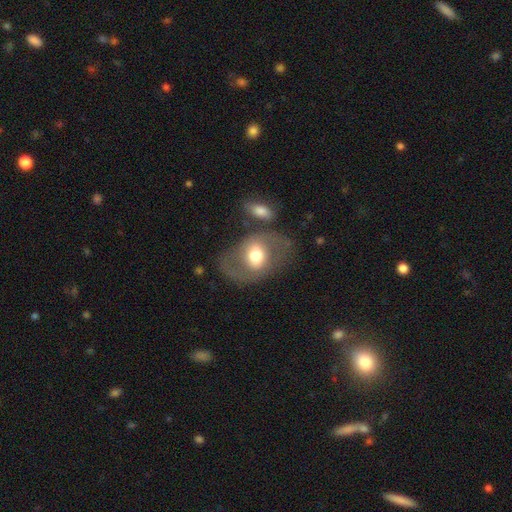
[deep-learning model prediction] Smooth or featured? featured or disk (50%)
Merging? none (65%)